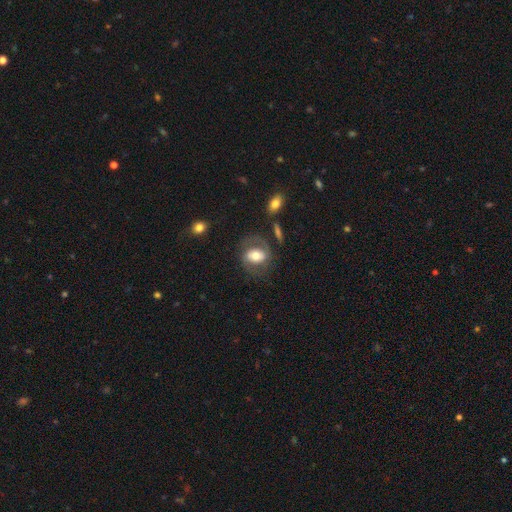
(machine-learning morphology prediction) Overall: featured or disk (46%, tied with smooth). Merging: none (66%).